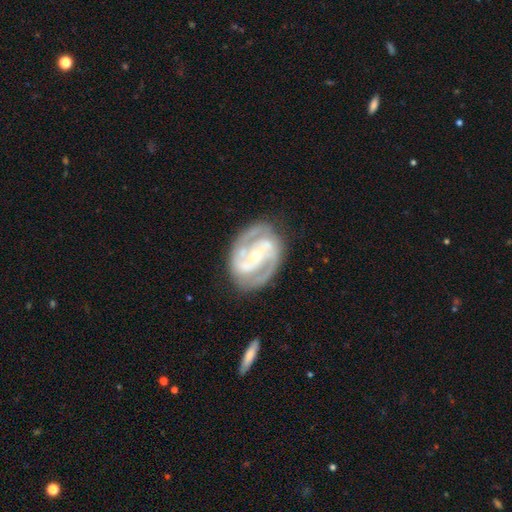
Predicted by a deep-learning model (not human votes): featured or disk 90%, smooth 5%, star or artifact 4%. Down the decision tree: edge-on disk — no (97%); bar — strong (42%); spiral arms — yes (96%); spiral arm count — 2 (87%); spiral winding — medium (48%); bulge size — small (55%); merging — none (80%).